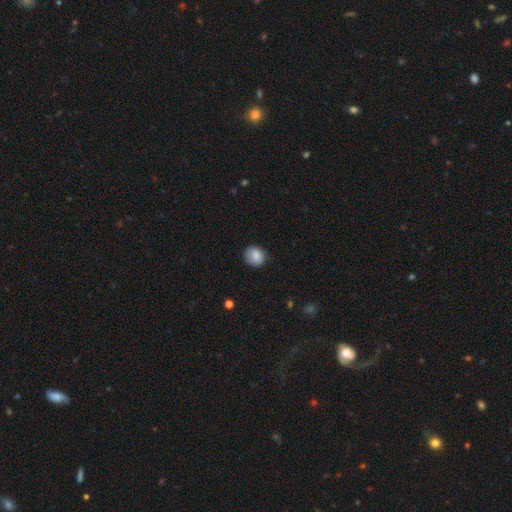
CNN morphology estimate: The model was most divided on "how rounded": round: 73%, in between: 26%, cigar-shaped: 1%. More confident: smooth or featured — smooth (84%); merging — none (79%).